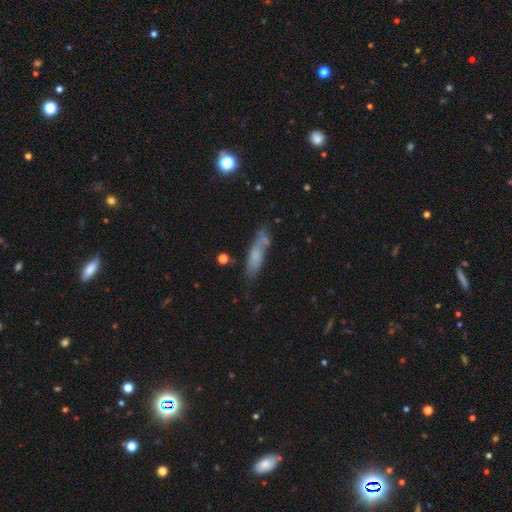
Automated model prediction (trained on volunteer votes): Smooth or featured?
  - smooth: 65% *
  - featured or disk: 25%
  - star or artifact: 9%
How rounded?
  - cigar-shaped: 61% *
  - in between: 36%
  - round: 3%
Merging?
  - none: 53% *
  - minor disturbance: 24%
  - merger: 12%
  - major disturbance: 11%